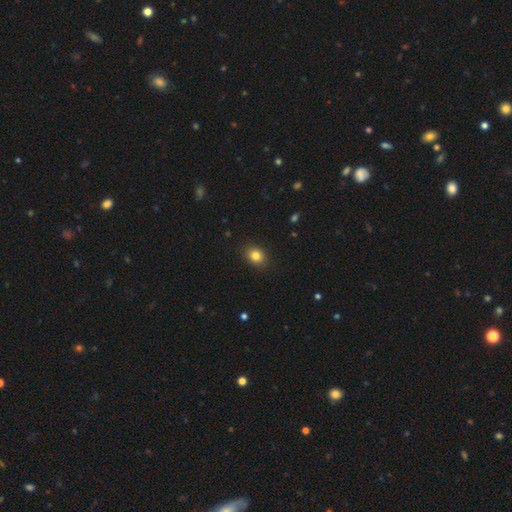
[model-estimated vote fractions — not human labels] A smooth galaxy with no disk features (83%) that is round (51%).

Vote fractions:
- Smooth or featured? smooth: 83% / star or artifact: 11% / featured or disk: 6%
- How rounded? round: 51% / in between: 48% / cigar-shaped: 1%
- Merging? none: 89% / minor disturbance: 8% / major disturbance: 2% / merger: 1%